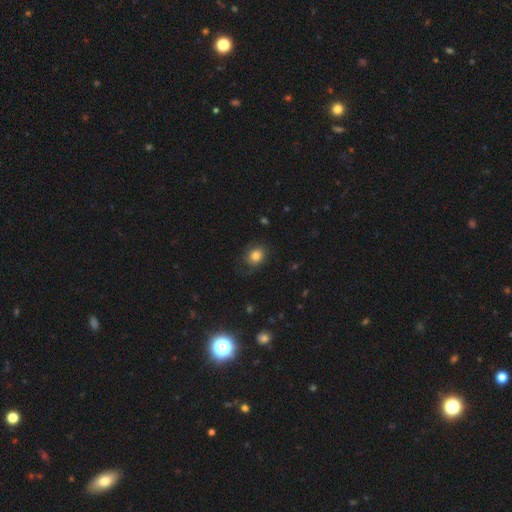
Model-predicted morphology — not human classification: This is likely a smooth galaxy (79%). How rounded: likely round (66%). Merging: likely none (72%).